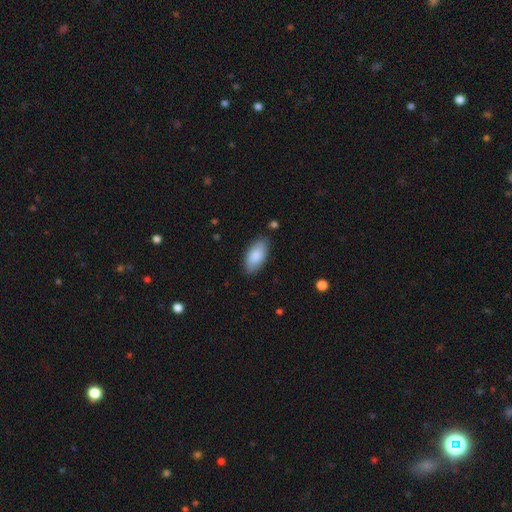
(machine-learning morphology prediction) Overall: smooth (87%). How rounded: in between (92%). Merging: none (85%).